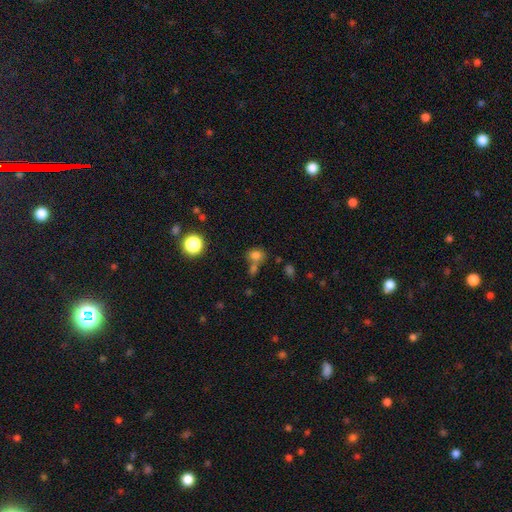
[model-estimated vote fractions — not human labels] smooth-or-featured: smooth: 76% | star or artifact: 16% | featured or disk: 9%
  how-rounded: round: 56% | in between: 43% | cigar-shaped: 1%
  merging: none: 50% | merger: 33% | minor disturbance: 12% | major disturbance: 6%